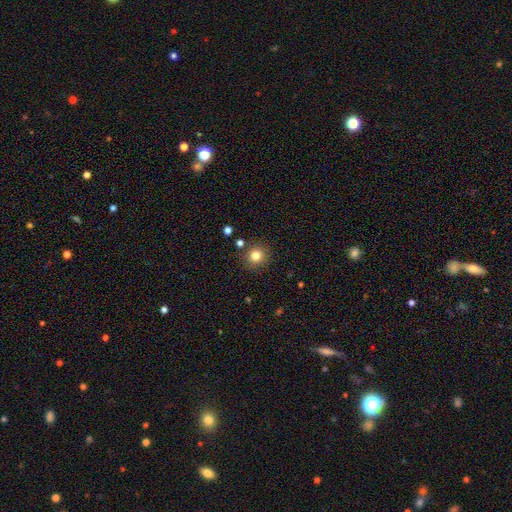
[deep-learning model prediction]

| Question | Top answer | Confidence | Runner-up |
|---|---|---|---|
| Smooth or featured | smooth | 80% | star or artifact (13%) |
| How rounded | round | 92% | in between (7%) |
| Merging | none | 87% | minor disturbance (7%) |